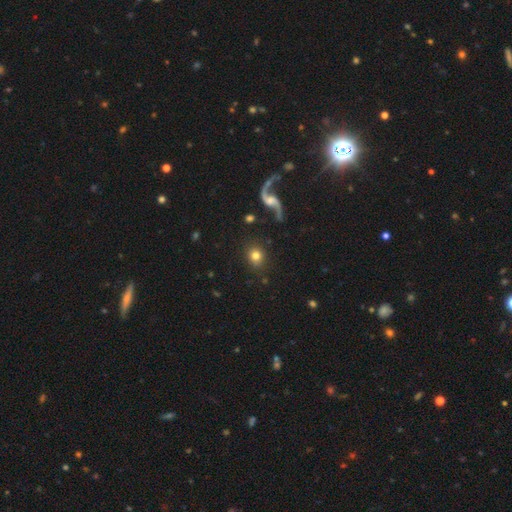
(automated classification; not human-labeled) A smooth galaxy with no disk features (73%) that is round (86%). Merging: none (86%).